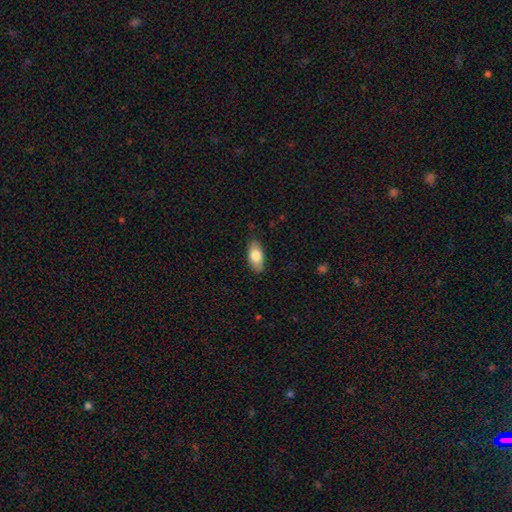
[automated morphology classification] Overall: smooth (79%). How rounded: in between (90%). Merging: none (85%).